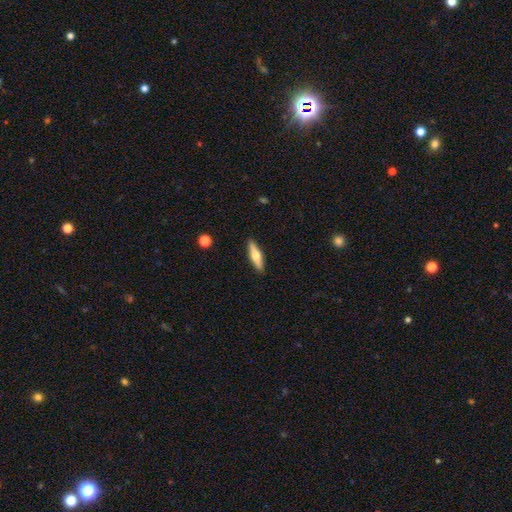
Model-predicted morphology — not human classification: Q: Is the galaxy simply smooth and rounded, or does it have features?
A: smooth — 49%.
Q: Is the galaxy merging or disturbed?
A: none — 90%.